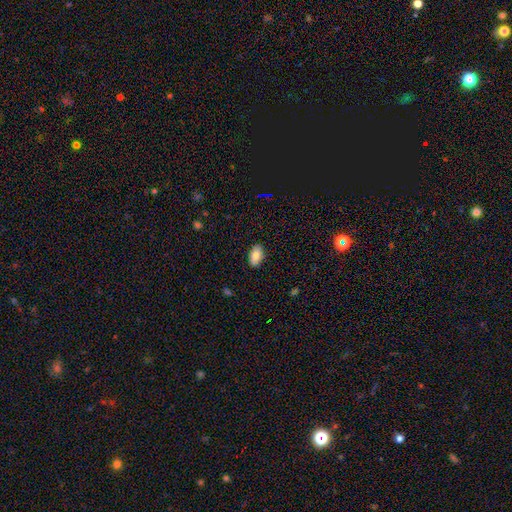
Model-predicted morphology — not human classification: A smooth galaxy with no disk features (86%) that is in between round and cigar-shaped (94%). Merging: none (88%).